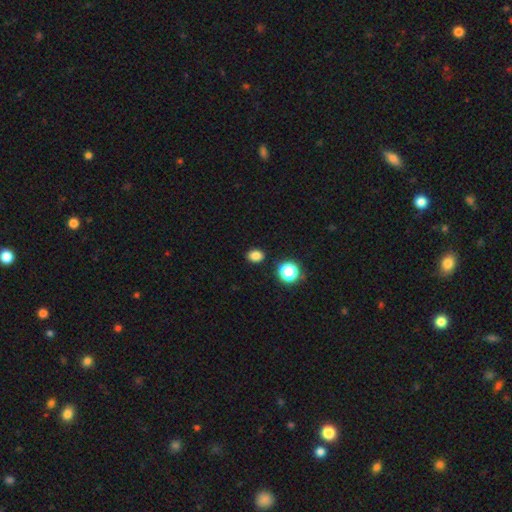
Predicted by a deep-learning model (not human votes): A smooth galaxy with no disk features (81%) that is in between round and cigar-shaped (55%). Merging: none (88%).